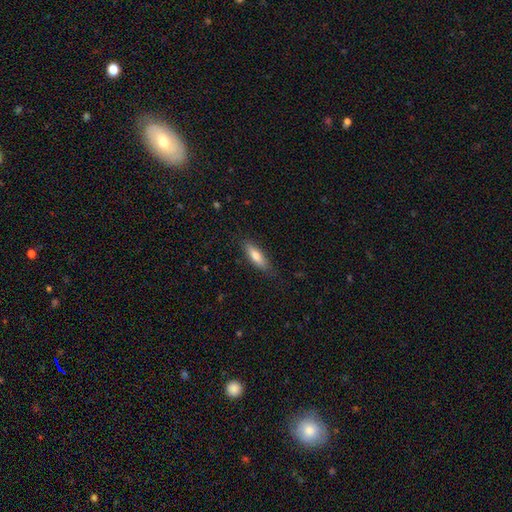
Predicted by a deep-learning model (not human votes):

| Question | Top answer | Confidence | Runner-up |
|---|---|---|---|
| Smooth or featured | smooth | 73% | featured or disk (21%) |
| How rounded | cigar-shaped | 56% | in between (42%) |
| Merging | none | 82% | minor disturbance (14%) |